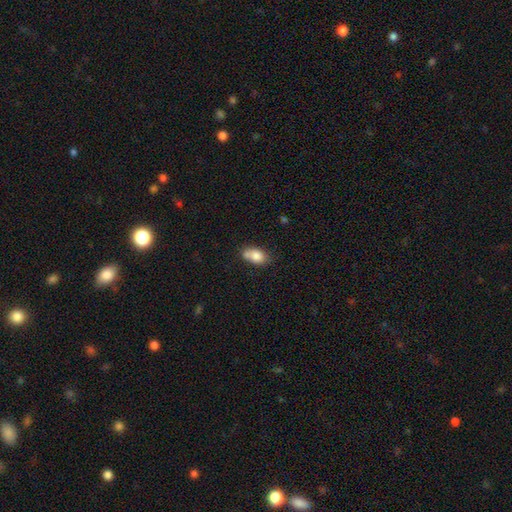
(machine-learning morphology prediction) smooth 80%, featured or disk 12%, star or artifact 8%. Down the decision tree: how rounded — in between (84%); merging — none (49%).